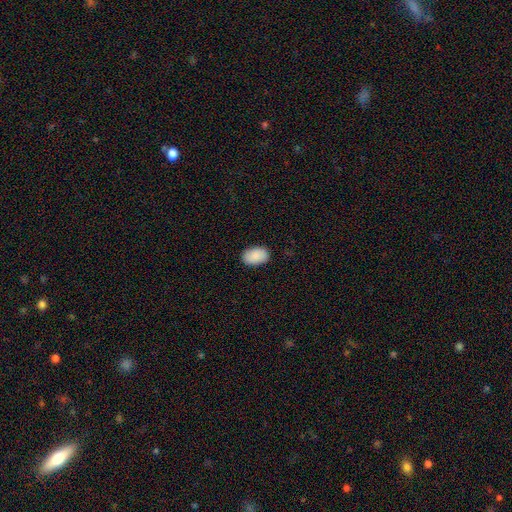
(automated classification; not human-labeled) A smooth galaxy with no disk features (90%) that is in between round and cigar-shaped (89%). Merging: none (88%).